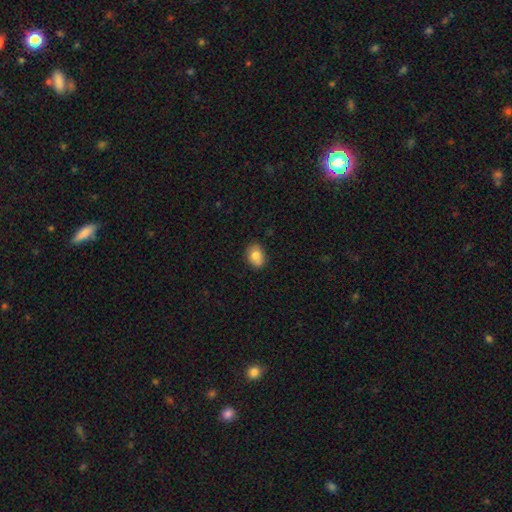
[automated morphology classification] This is clearly a smooth galaxy (81%). How rounded: likely in between (61%). Merging: likely none (78%).